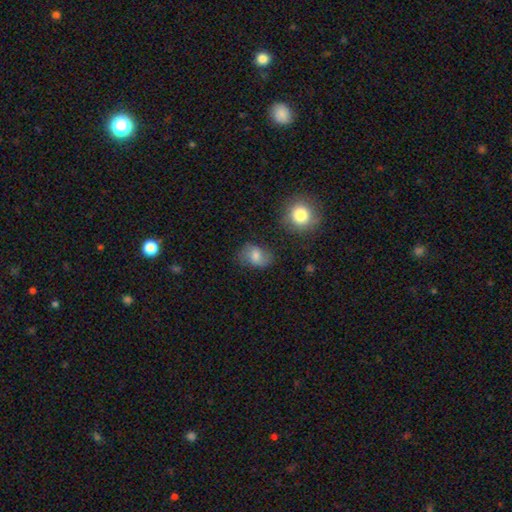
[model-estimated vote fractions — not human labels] This appears to be a smooth galaxy with no disk features (72%) that is in between round and cigar-shaped (71%). Merging: none (64%).